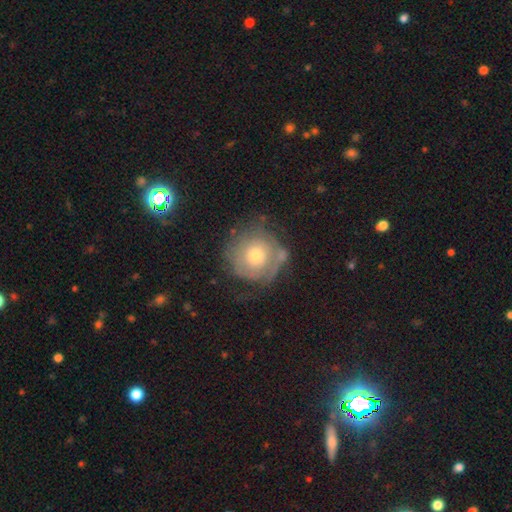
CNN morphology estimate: The model was most divided on "smooth or featured": featured or disk: 54%, smooth: 37%, star or artifact: 9%. More confident: edge-on disk — no (96%); bar — no (86%); spiral arms — yes (65%); merging — none (58%); bulge size — moderate (56%).